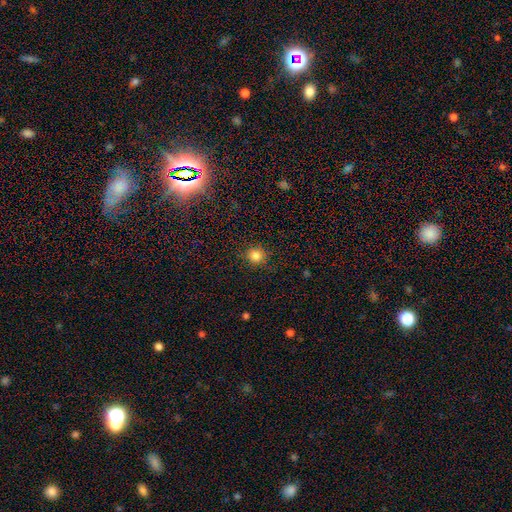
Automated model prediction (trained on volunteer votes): Overall: smooth (83%). How rounded: round (90%). Merging: none (87%).